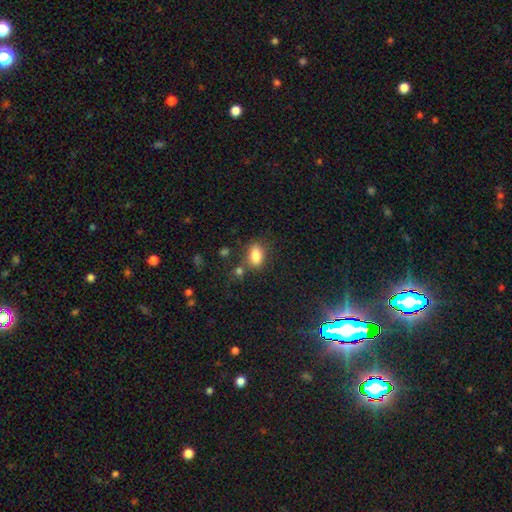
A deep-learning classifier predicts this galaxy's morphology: Overall: smooth (84%). How rounded: in between (86%). Merging: none (72%).